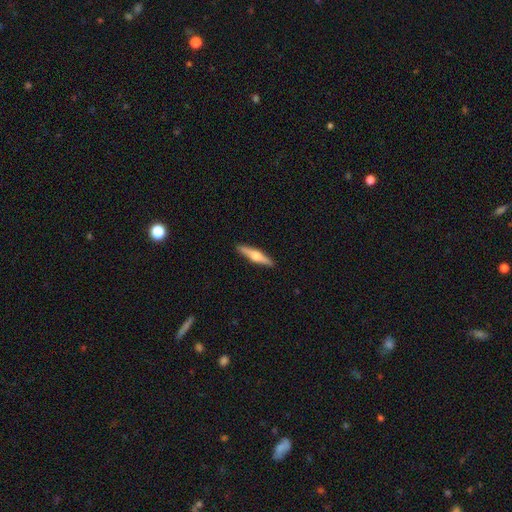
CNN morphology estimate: Smooth or featured? Predicted: featured or disk (p=0.59). Edge-on disk? Predicted: yes (p=0.96). Edge-on bulge? Predicted: rounded (p=0.92). Merging? Predicted: none (p=0.91).